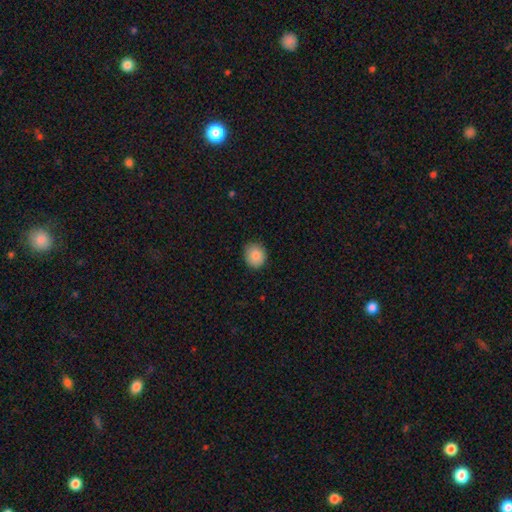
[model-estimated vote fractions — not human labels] The model was most divided on "how rounded": round: 74%, in between: 26%, cigar-shaped: 1%. More confident: smooth or featured — smooth (86%); merging — none (84%).